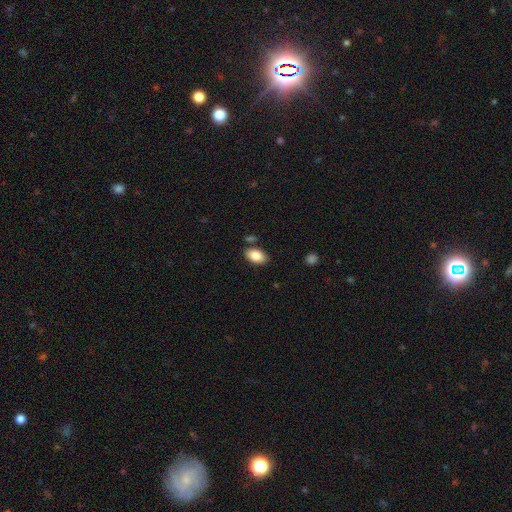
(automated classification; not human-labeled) Smooth or featured? smooth (85%)
How rounded? in between (93%)
Merging? none (82%)